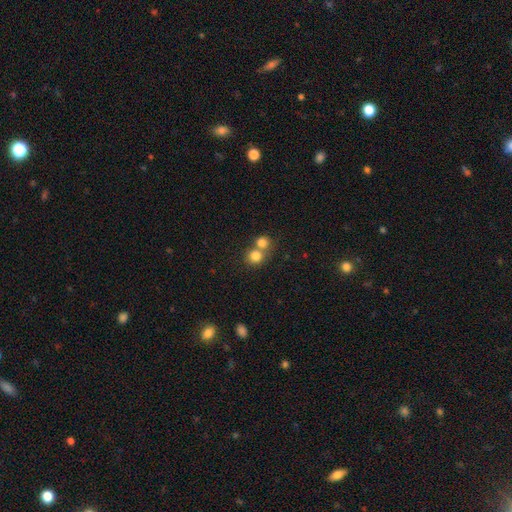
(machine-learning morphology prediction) The model was most divided on "merging": merger: 49%, none: 43%, minor disturbance: 5%, major disturbance: 2%. More confident: how rounded — round (86%); smooth or featured — smooth (80%).